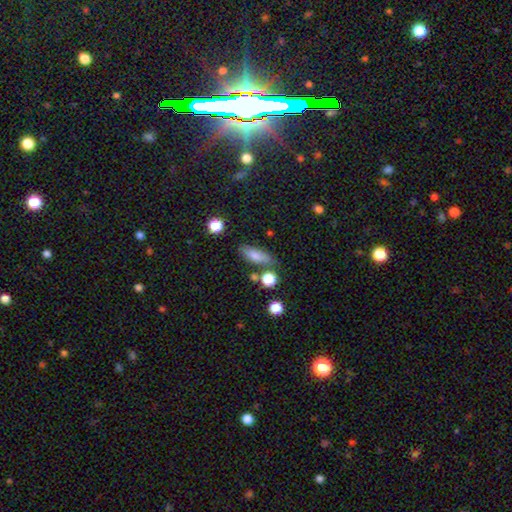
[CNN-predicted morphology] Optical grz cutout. It shows a smooth galaxy with no disk features (78%) that is in between round and cigar-shaped (65%). Merging: none (70%).